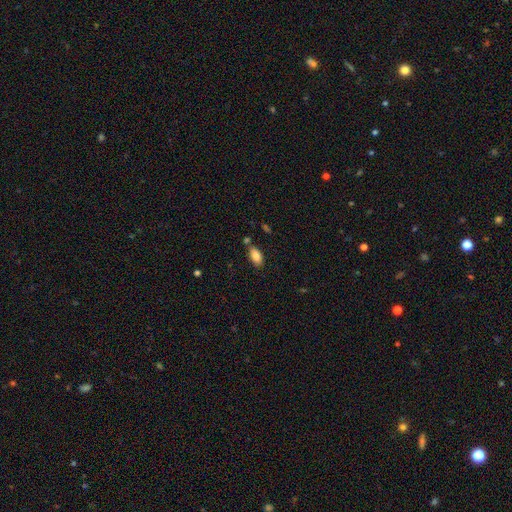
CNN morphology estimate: Smooth or featured? smooth (83%)
How rounded? in between (92%)
Merging? none (77%)